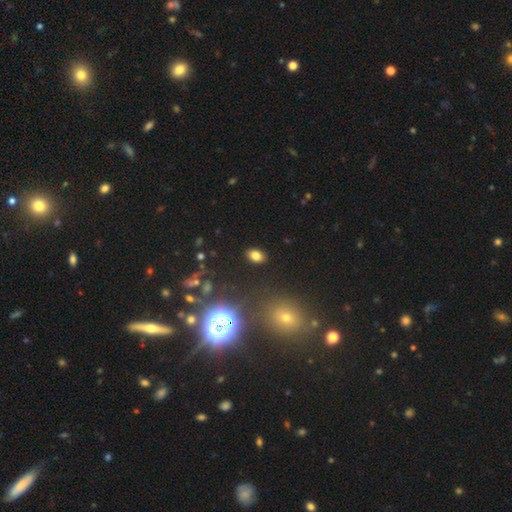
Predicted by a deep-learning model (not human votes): A smooth galaxy with no disk features (77%) that is in between round and cigar-shaped (83%). Merging: none (88%).